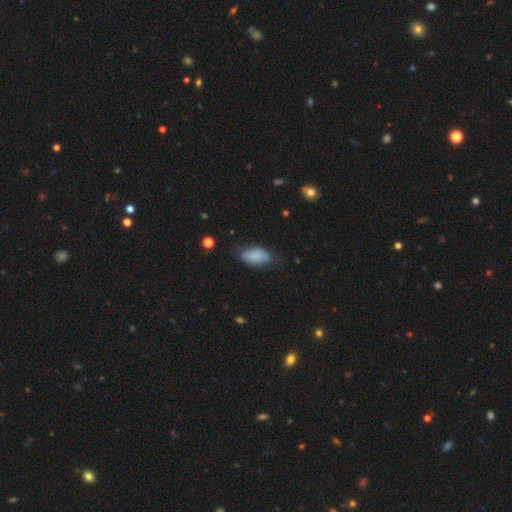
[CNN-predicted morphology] Q: Smooth or featured?
A: smooth (82%); runner-up: featured or disk (11%)
Q: How rounded?
A: in between (92%); runner-up: round (4%)
Q: Merging?
A: none (66%); runner-up: minor disturbance (27%)